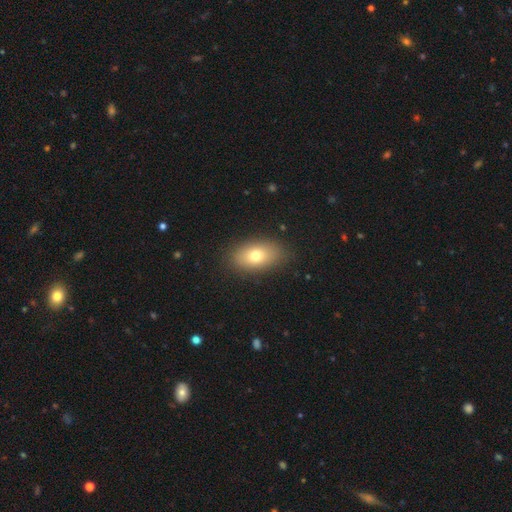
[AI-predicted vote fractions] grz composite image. It shows a smooth galaxy with no disk features (75%) that is in between round and cigar-shaped (88%). Merging: none (87%).